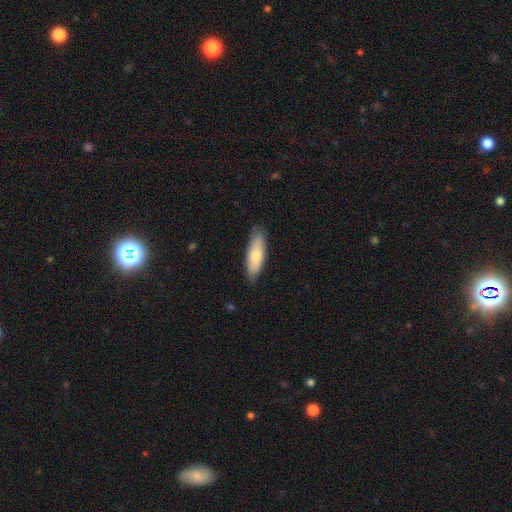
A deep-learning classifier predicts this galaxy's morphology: Q: Smooth or featured?
A: smooth (77%); runner-up: featured or disk (18%)
Q: How rounded?
A: in between (57%); runner-up: cigar-shaped (41%)
Q: Merging?
A: none (83%); runner-up: minor disturbance (14%)